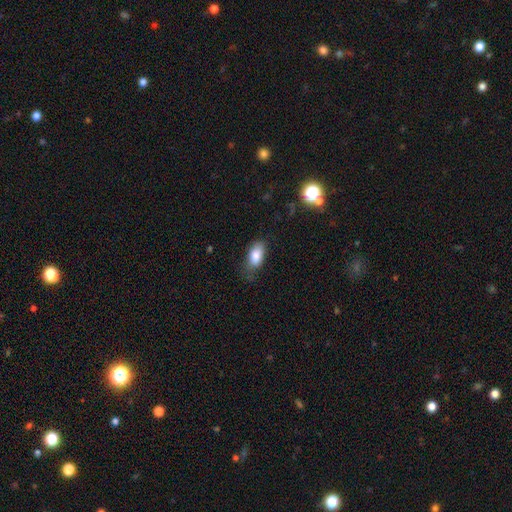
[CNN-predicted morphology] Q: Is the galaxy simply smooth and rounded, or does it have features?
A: smooth — 82%.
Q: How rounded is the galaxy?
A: in between — 90%.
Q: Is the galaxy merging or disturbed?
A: none — 61%.